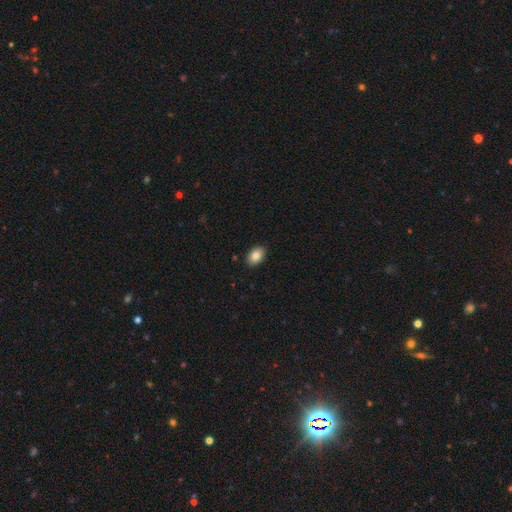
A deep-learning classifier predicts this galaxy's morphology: A smooth galaxy with no disk features (85%) that is in between round and cigar-shaped (87%).

Vote fractions:
- Smooth or featured? smooth: 85% / star or artifact: 8% / featured or disk: 7%
- How rounded? in between: 87% / round: 12% / cigar-shaped: 1%
- Merging? none: 90% / minor disturbance: 8% / major disturbance: 2% / merger: 1%